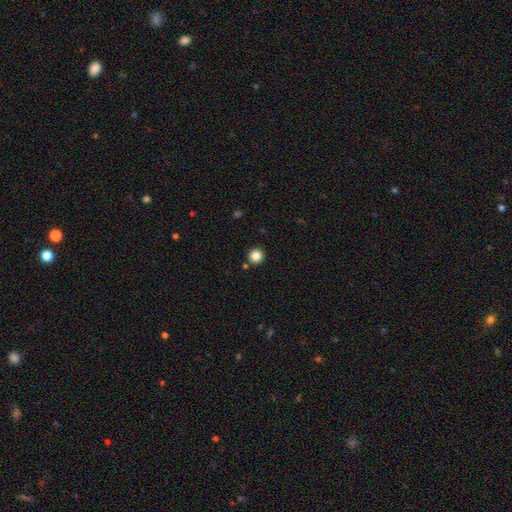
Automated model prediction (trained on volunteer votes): This is clearly a smooth galaxy (84%). How rounded: clearly round (96%). Merging: clearly none (91%).